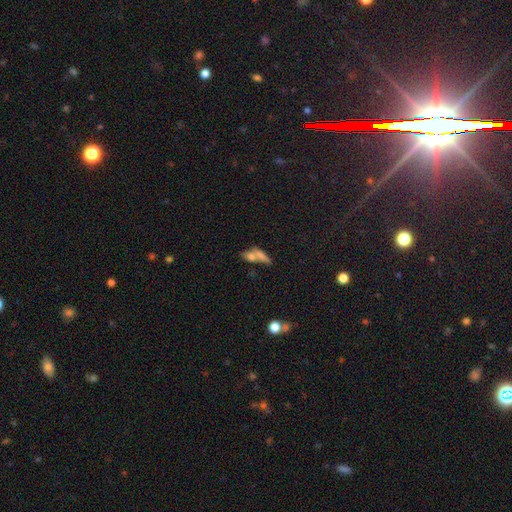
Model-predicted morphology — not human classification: Smooth or featured: smooth — 61% (featured or disk — 27%)
How rounded: in between — 55% (cigar-shaped — 34%)
Merging: merger — 55% (none — 27%)